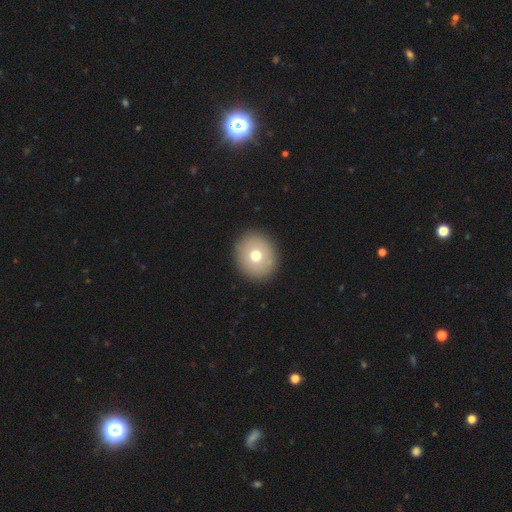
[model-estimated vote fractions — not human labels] smooth 71%, featured or disk 19%, star or artifact 10%. Down the decision tree: how rounded — round (79%); merging — none (90%).